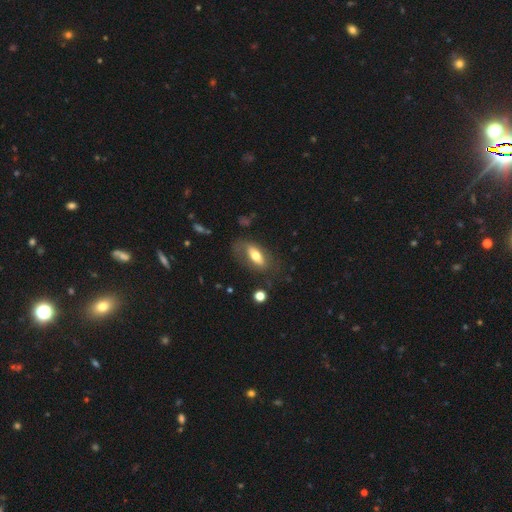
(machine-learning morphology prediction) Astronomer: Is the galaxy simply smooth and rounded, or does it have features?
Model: smooth — 55% (runner-up: featured or disk, 38%).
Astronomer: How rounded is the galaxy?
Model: in between — 80%.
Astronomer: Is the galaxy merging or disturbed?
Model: none — 57%.